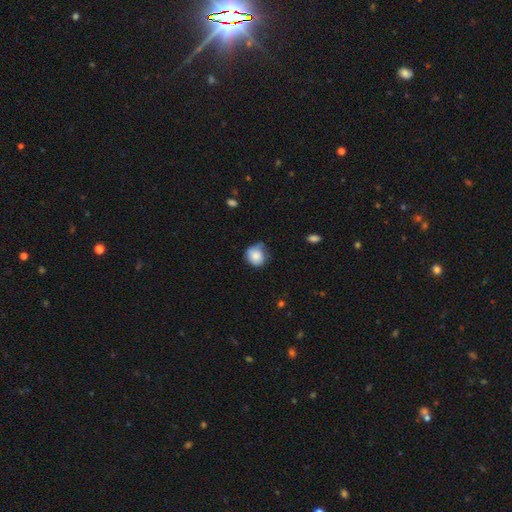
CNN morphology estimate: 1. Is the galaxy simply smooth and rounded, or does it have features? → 84% smooth, 8% featured or disk, 8% star or artifact.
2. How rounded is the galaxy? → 83% round, 16% in between, 1% cigar-shaped.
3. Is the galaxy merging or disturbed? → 55% none, 34% minor disturbance, 8% major disturbance, 3% merger.